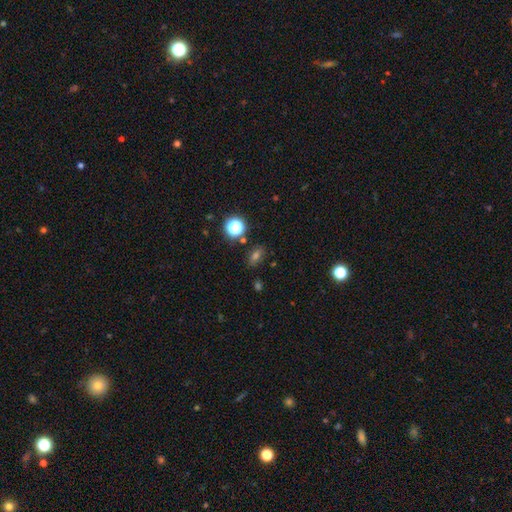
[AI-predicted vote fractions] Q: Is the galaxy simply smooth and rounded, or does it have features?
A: smooth — 55%.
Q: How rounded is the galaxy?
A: in between — 66%.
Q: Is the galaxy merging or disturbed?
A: none — 83%.